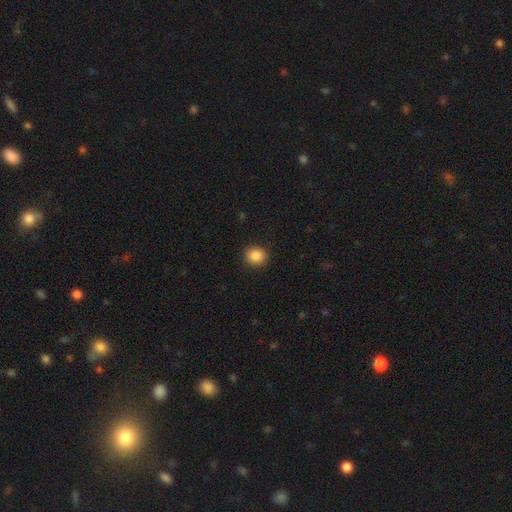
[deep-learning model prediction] smooth-or-featured: smooth: 87% | star or artifact: 10% | featured or disk: 4%
  how-rounded: round: 78% | in between: 22% | cigar-shaped: 1%
  merging: none: 91% | minor disturbance: 6% | major disturbance: 2% | merger: 1%